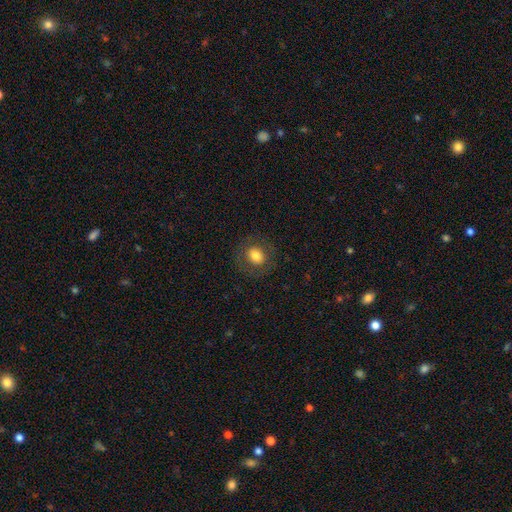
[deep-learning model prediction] Smooth or featured: smooth — 74% (featured or disk — 16%)
How rounded: round — 72% (in between — 27%)
Merging: none — 84% (minor disturbance — 10%)